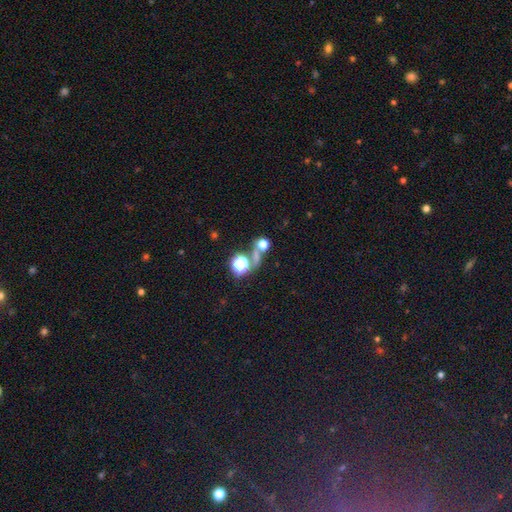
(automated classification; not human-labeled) Smooth or featured? Predicted: star or artifact (p=0.50).